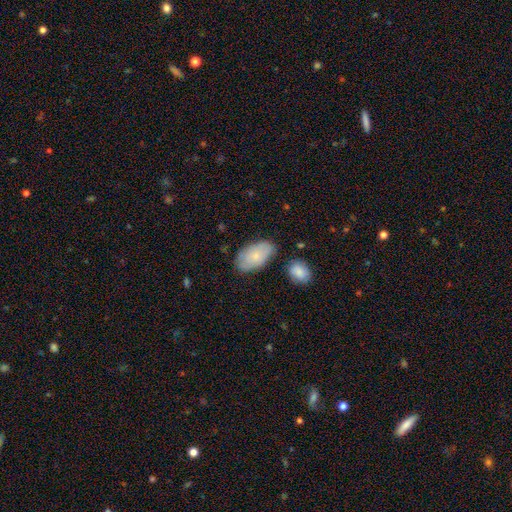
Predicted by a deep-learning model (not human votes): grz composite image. It shows a smooth galaxy with no disk features (76%) that is in between round and cigar-shaped (94%). Merging: none (72%).